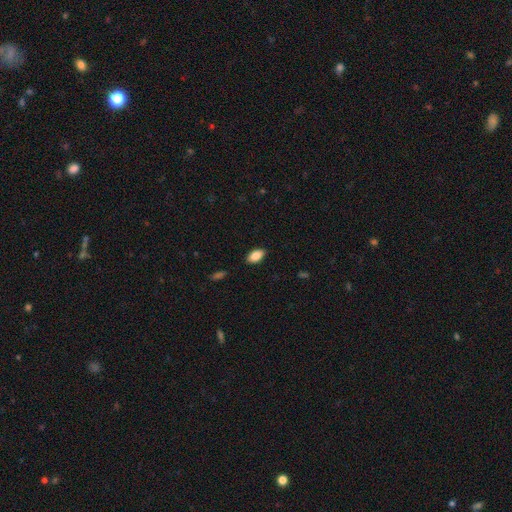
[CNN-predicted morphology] type=smooth (83%); roundness=in between (92%); merging=none (88%).